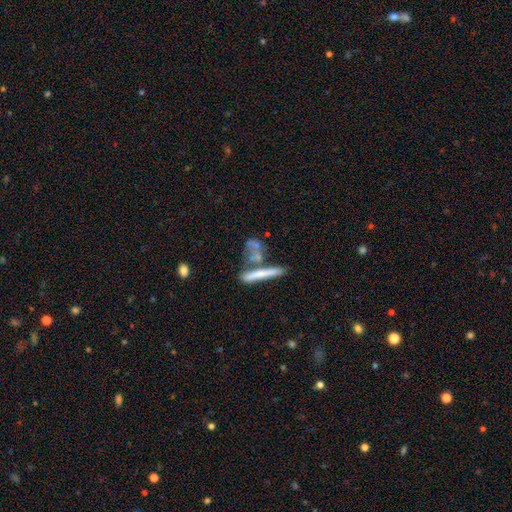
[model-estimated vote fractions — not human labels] Smooth or featured?
  - smooth: 55% *
  - featured or disk: 35%
  - star or artifact: 10%
How rounded?
  - cigar-shaped: 74% *
  - in between: 17%
  - round: 9%
Merging?
  - none: 42% *
  - merger: 31%
  - minor disturbance: 15%
  - major disturbance: 12%